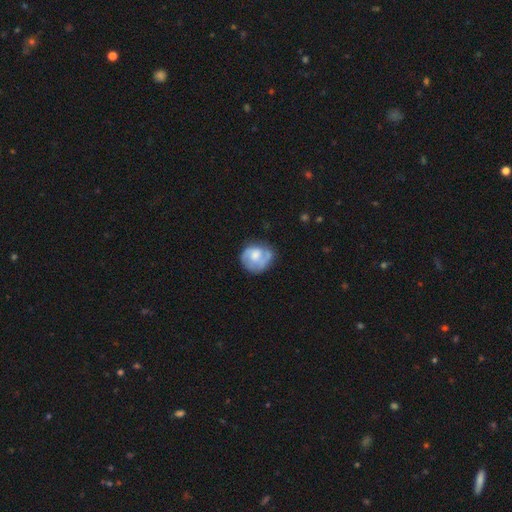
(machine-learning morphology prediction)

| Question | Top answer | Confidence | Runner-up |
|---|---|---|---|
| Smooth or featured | featured or disk | 55% | smooth (39%) |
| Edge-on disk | no | 98% | yes (2%) |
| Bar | no | 69% | weak (27%) |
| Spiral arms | yes | 75% | no (25%) |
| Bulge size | moderate | 48% | small (25%) |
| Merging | none | 55% | minor disturbance (27%) |